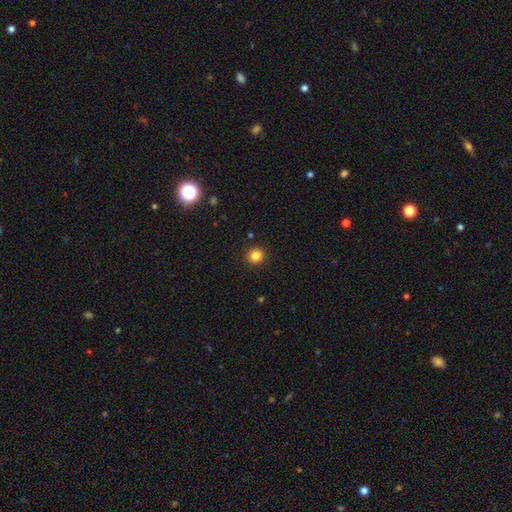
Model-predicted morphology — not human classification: This is clearly a smooth galaxy (84%). How rounded: clearly round (91%). Merging: clearly none (92%).